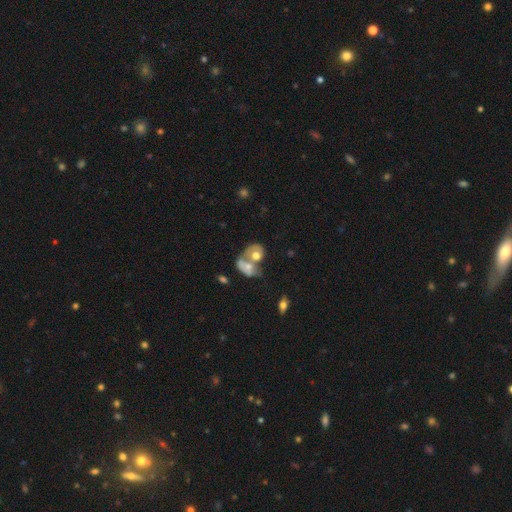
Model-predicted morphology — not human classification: type=smooth (56%); roundness=in between (58%); merging=merger (68%).